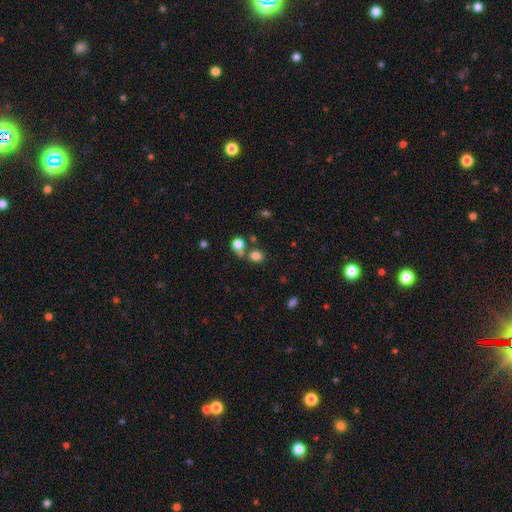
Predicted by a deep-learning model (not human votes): A smooth galaxy with no disk features (78%) that is round (62%).

Vote fractions:
- Smooth or featured? smooth: 78% / star or artifact: 14% / featured or disk: 8%
- How rounded? round: 62% / in between: 37% / cigar-shaped: 1%
- Merging? none: 58% / merger: 27% / minor disturbance: 10% / major disturbance: 5%